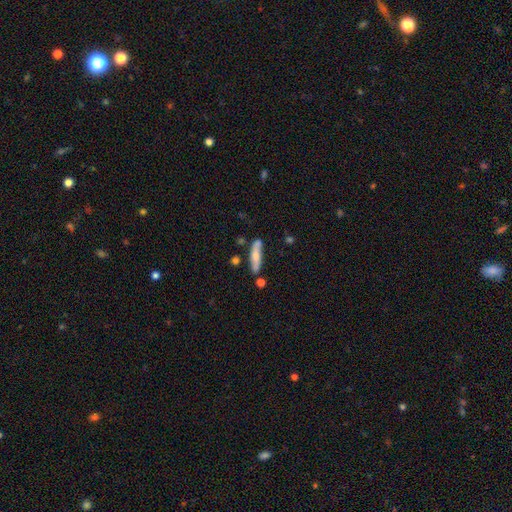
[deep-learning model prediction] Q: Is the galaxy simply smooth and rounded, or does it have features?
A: smooth — 59%.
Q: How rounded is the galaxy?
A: cigar-shaped — 76%.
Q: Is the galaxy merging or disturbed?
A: none — 74%.